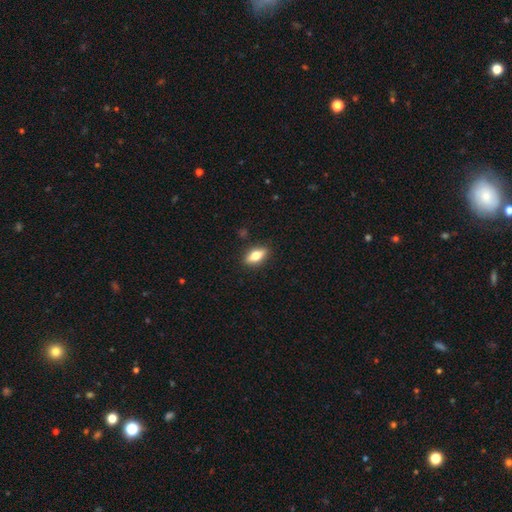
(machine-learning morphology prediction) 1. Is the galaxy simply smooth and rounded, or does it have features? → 63% smooth, 29% featured or disk, 8% star or artifact.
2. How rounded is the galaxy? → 79% in between, 15% cigar-shaped, 6% round.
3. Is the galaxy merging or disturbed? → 88% none, 9% minor disturbance, 2% major disturbance, 1% merger.